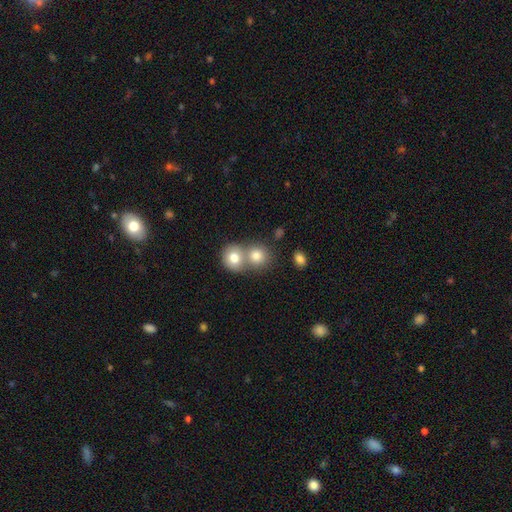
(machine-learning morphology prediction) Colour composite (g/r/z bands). It shows a smooth galaxy with no disk features (76%) that is round (80%). Merging: merger (53%).